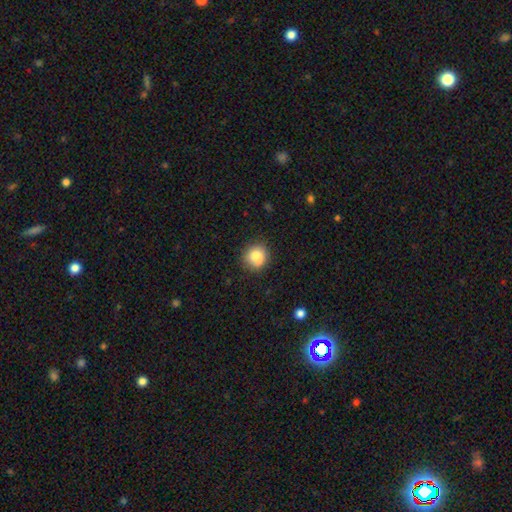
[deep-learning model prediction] A smooth galaxy with no disk features (79%) that is round (88%).

Vote fractions:
- Smooth or featured? smooth: 79% / featured or disk: 11% / star or artifact: 10%
- How rounded? round: 88% / in between: 11% / cigar-shaped: 1%
- Merging? none: 78% / minor disturbance: 15% / merger: 4% / major disturbance: 3%